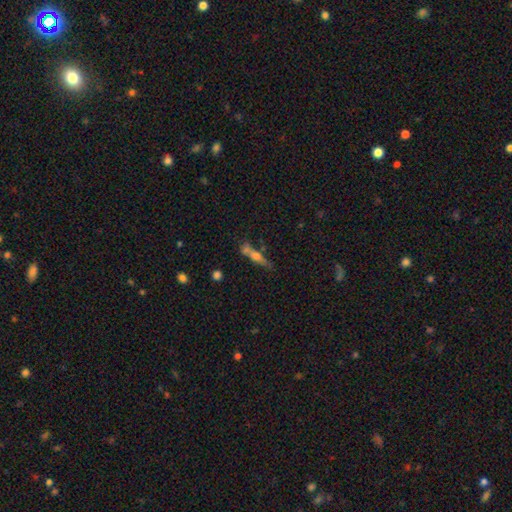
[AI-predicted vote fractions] smooth-or-featured: featured or disk: 55% | smooth: 32% | star or artifact: 12%
  disk-edge-on: yes: 84% | no: 16%
  merging: none: 54% | merger: 23% | minor disturbance: 16% | major disturbance: 8%